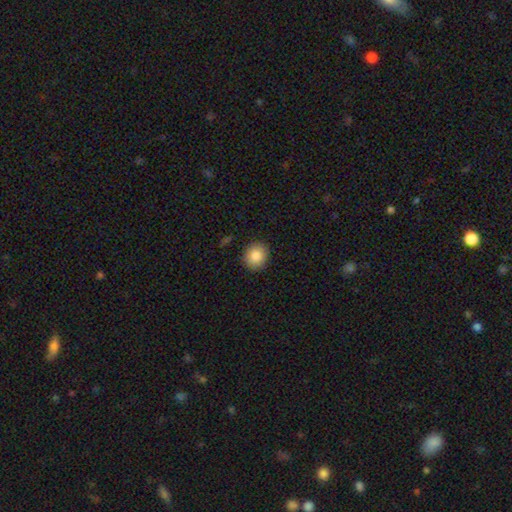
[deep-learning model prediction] Morphology: type=smooth (86%); roundness=round (81%); merging=none (89%).